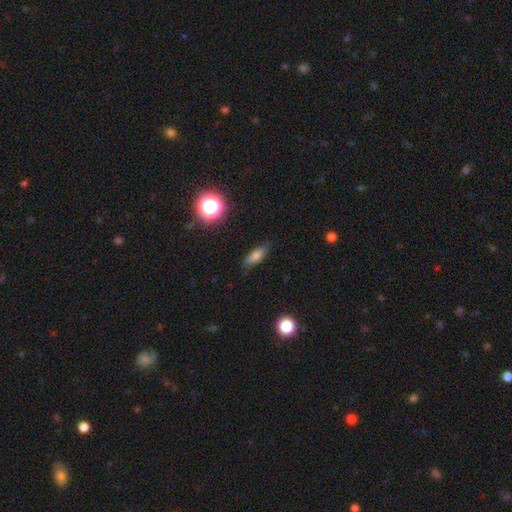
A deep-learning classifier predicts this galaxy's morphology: This appears to be a smooth galaxy with no disk features (76%) that is in between round and cigar-shaped (65%). Merging: none (82%).